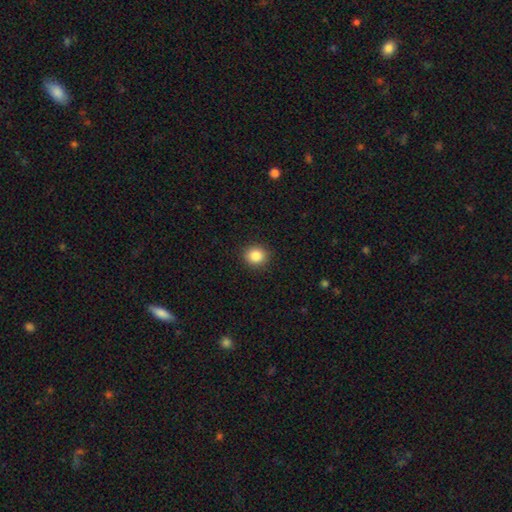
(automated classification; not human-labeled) Overall: smooth (86%). How rounded: round (86%). Merging: none (91%).